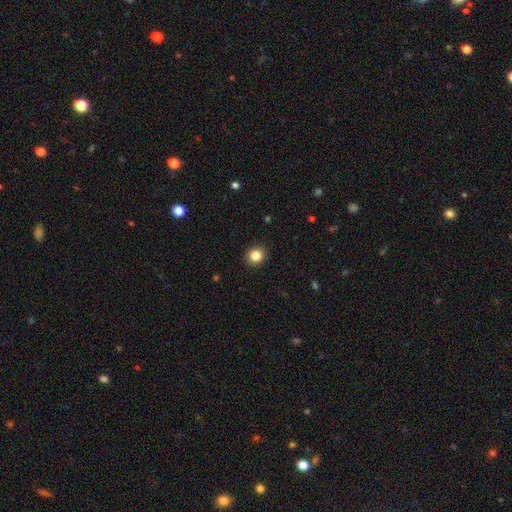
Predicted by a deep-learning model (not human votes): Smooth or featured?
  - smooth: 85% *
  - star or artifact: 10%
  - featured or disk: 5%
How rounded?
  - round: 75% *
  - in between: 24%
  - cigar-shaped: 1%
Merging?
  - none: 91% *
  - minor disturbance: 6%
  - major disturbance: 2%
  - merger: 1%